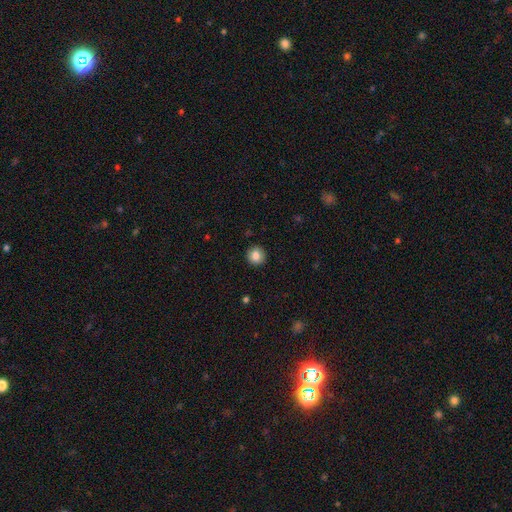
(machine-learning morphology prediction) This appears to be a smooth galaxy with no disk features (84%) that is round (94%). Merging: none (92%).